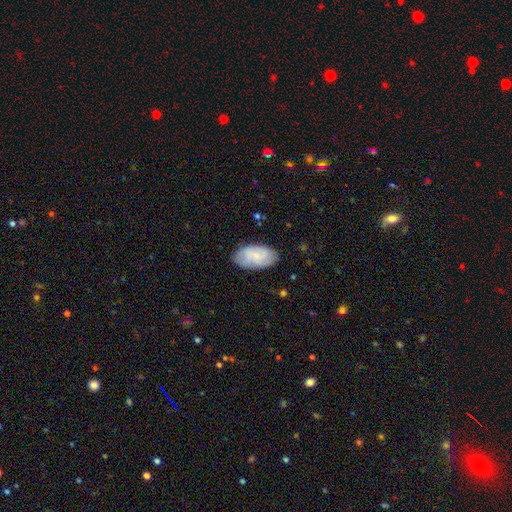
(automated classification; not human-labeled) Smooth or featured: smooth — 60% (featured or disk — 33%)
How rounded: in between — 95% (round — 3%)
Merging: none — 81% (minor disturbance — 15%)